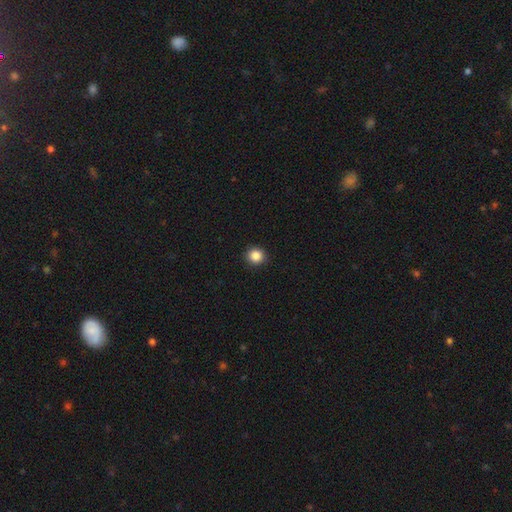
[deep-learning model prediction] The model was most divided on "smooth or featured": smooth: 87%, star or artifact: 10%, featured or disk: 3%. More confident: merging — none (92%); how rounded — round (92%).